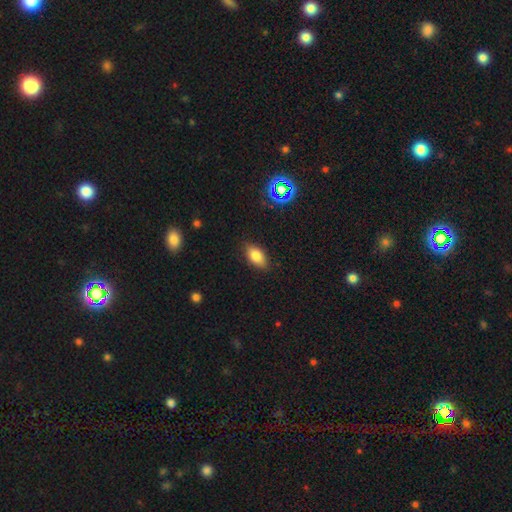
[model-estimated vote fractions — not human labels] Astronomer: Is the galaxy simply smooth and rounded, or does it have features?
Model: smooth — 81%.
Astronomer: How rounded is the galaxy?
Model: in between — 91%.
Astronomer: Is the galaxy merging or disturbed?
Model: none — 85%.